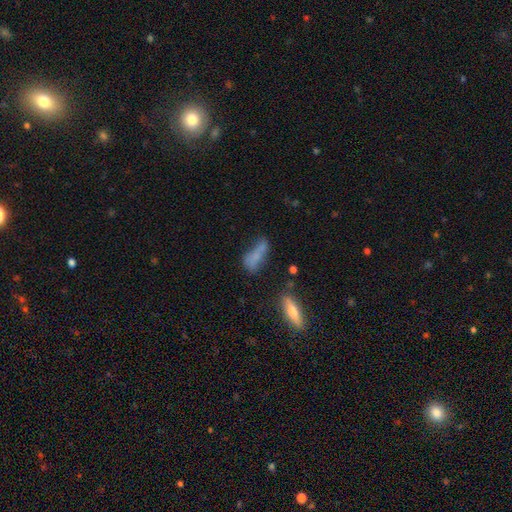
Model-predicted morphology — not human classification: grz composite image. It shows a smooth galaxy with no disk features (63%) that is in between round and cigar-shaped (55%). Merging: none (37%).